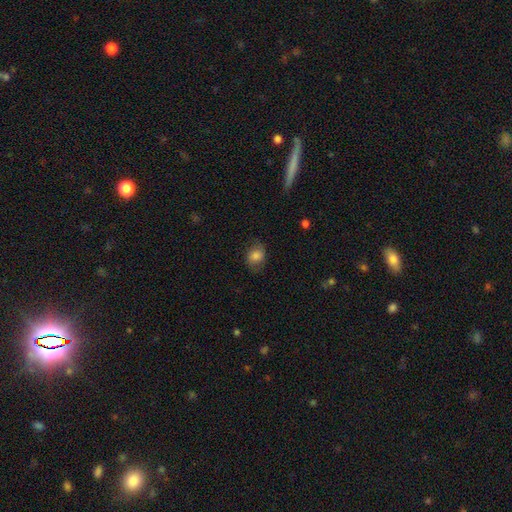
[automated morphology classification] Overall: smooth (78%). How rounded: in between (52%; round 47%). Merging: none (72%).